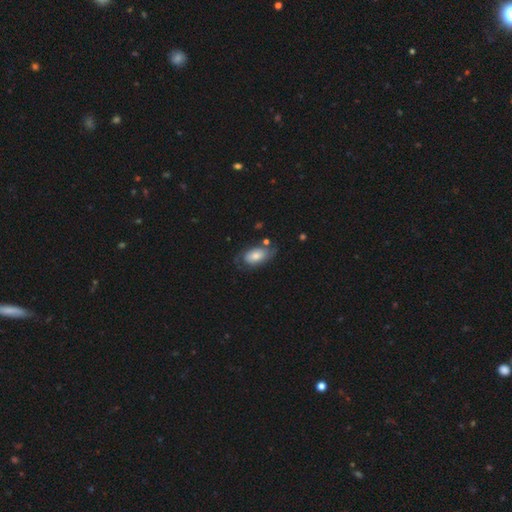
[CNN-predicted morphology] A smooth galaxy with no disk features (51%) that is in between round and cigar-shaped (91%). Merging: none (55%).